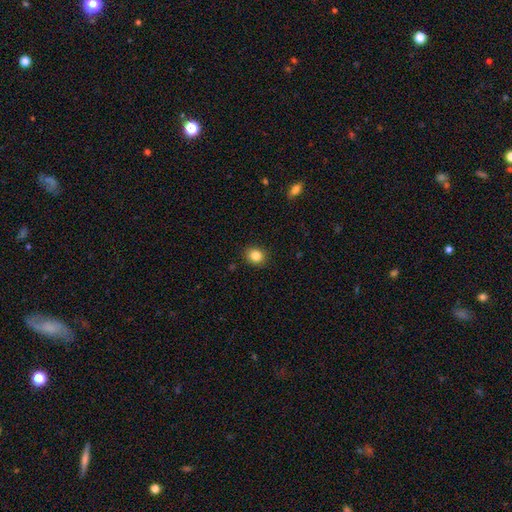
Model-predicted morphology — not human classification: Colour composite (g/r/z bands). It shows a smooth galaxy with no disk features (85%) that is round (69%). Merging: none (90%).